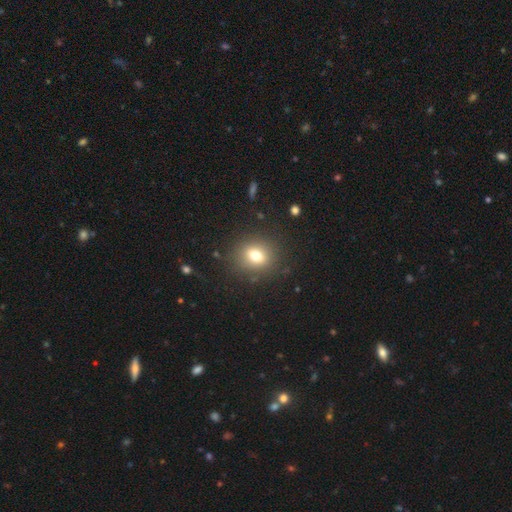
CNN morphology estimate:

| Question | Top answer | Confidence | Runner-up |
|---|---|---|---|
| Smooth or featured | smooth | 74% | star or artifact (14%) |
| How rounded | round | 70% | in between (29%) |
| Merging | none | 86% | minor disturbance (9%) |